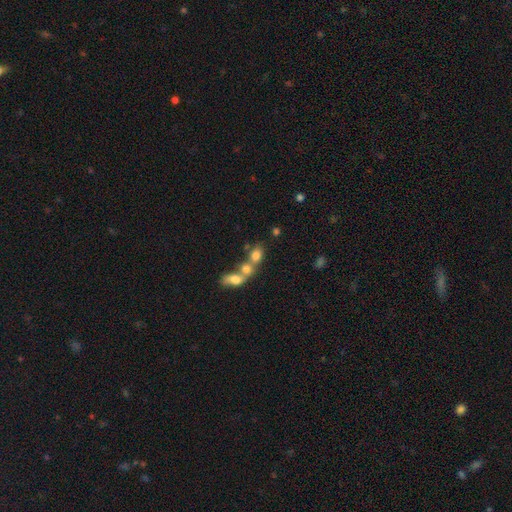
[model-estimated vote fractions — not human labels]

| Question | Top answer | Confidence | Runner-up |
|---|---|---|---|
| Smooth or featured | smooth | 74% | featured or disk (15%) |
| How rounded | in between | 61% | round (37%) |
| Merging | merger | 64% | none (25%) |